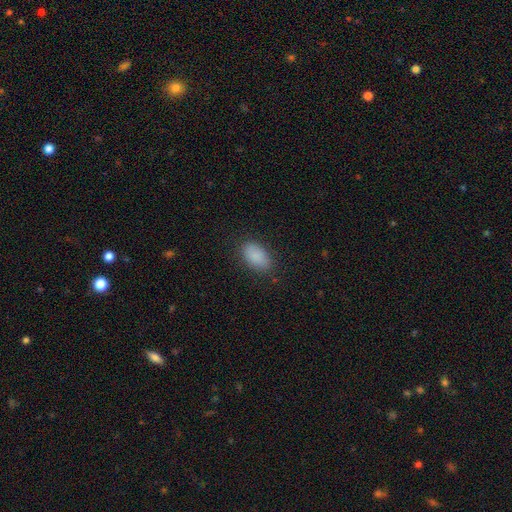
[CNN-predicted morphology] Smooth or featured? smooth (88%)
How rounded? in between (92%)
Merging? none (83%)